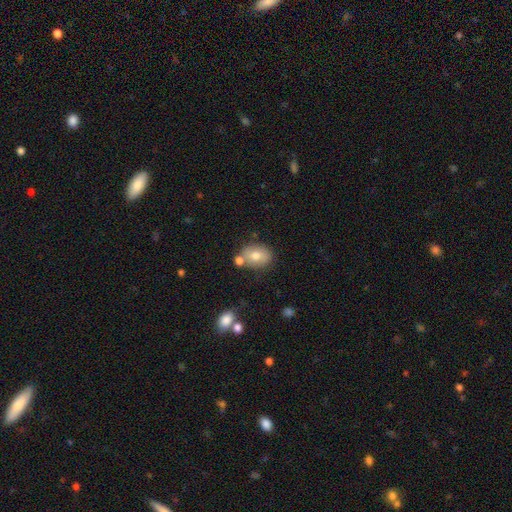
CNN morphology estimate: Smooth or featured? Predicted: smooth (p=0.73). How rounded? Predicted: in between (p=0.61). Merging? Predicted: none (p=0.67).